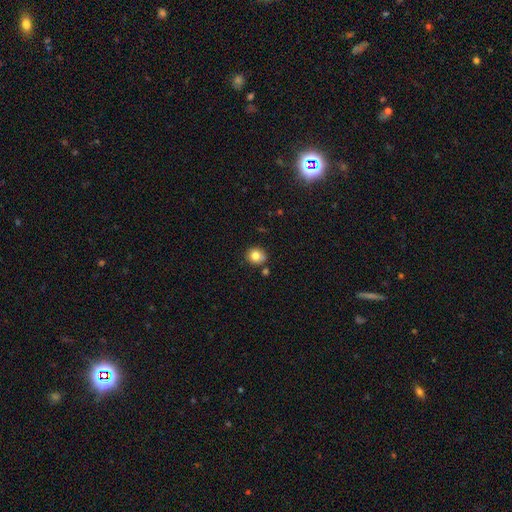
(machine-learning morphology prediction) Smooth or featured? Predicted: smooth (p=0.81). How rounded? Predicted: round (p=0.81). Merging? Predicted: none (p=0.76).